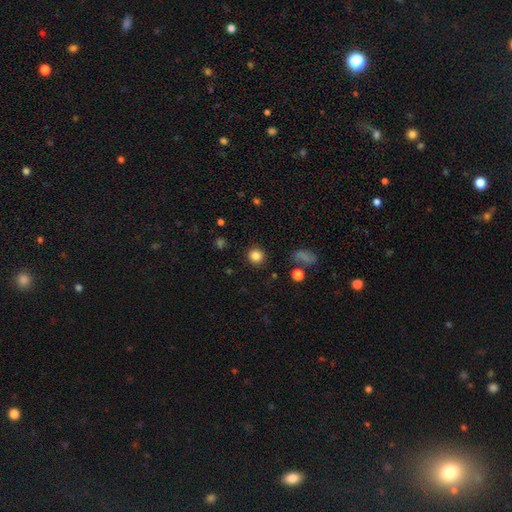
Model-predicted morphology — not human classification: smooth_or_featured: smooth (p=0.85) [alt: star or artifact p=0.11]
how_rounded: round (p=0.89) [alt: in between p=0.10]
merging: none (p=0.88) [alt: minor disturbance p=0.07]